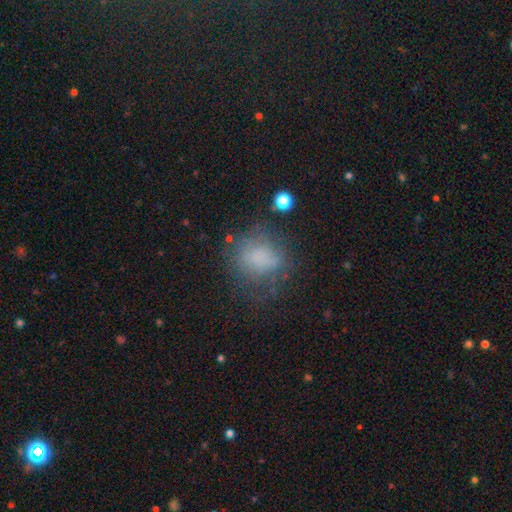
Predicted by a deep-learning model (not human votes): Smooth or featured? Predicted: smooth (p=0.68). How rounded? Predicted: round (p=0.66). Merging? Predicted: none (p=0.58).